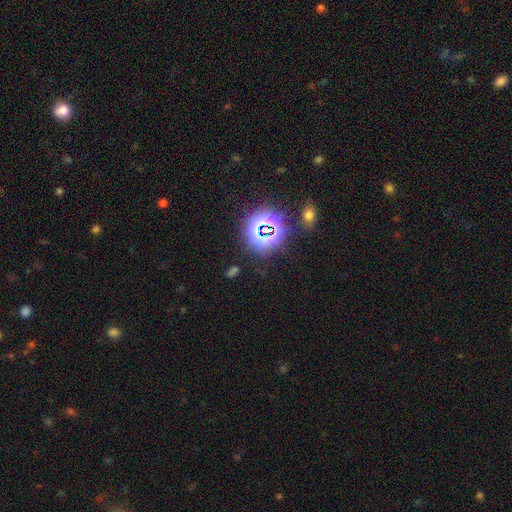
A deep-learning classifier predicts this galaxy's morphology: Smooth or featured?
  - star or artifact: 81% *
  - smooth: 12%
  - featured or disk: 7%